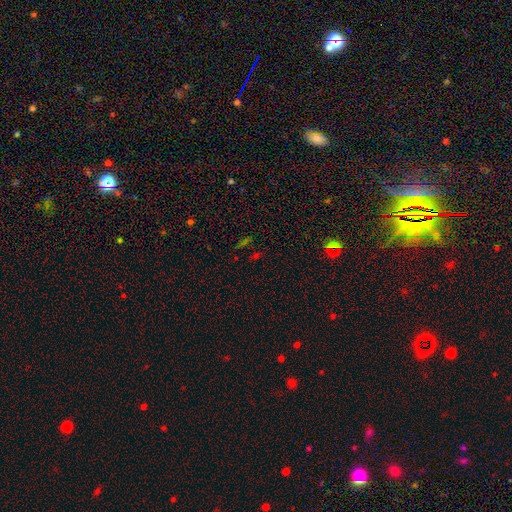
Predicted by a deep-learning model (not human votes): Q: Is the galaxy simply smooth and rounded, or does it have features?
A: star or artifact — 57%.